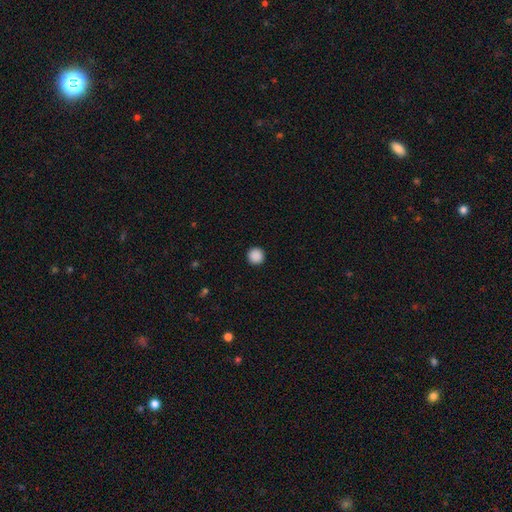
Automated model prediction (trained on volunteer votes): This is clearly a smooth galaxy (89%). How rounded: clearly round (96%). Merging: clearly none (93%).